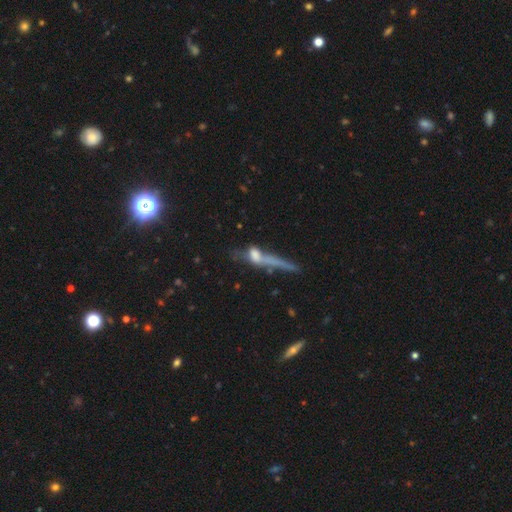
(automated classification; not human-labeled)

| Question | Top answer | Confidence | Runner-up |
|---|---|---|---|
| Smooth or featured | featured or disk | 48% | smooth (31%) |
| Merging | none | 42% | merger (20%) |